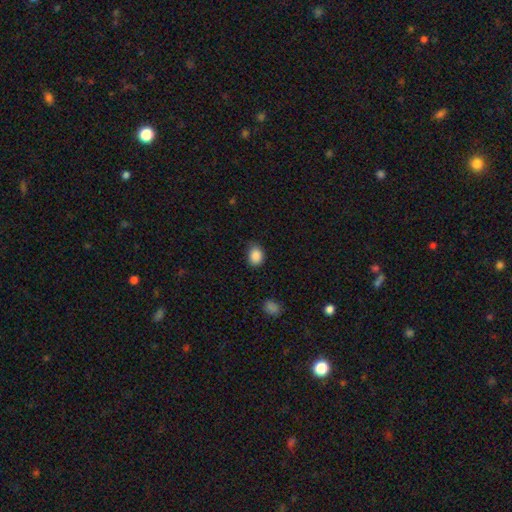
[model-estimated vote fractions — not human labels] Smooth or featured? Predicted: smooth (p=0.87). How rounded? Predicted: in between (p=0.54). Merging? Predicted: none (p=0.75).